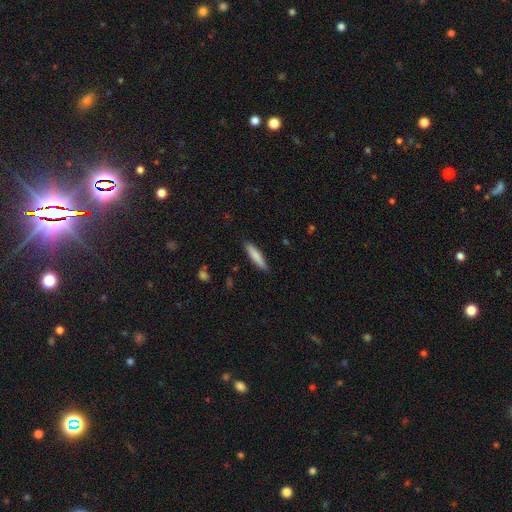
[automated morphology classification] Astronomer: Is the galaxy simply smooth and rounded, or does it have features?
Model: smooth — 83%.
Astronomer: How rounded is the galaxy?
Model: cigar-shaped — 83%.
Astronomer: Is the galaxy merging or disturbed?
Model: none — 88%.